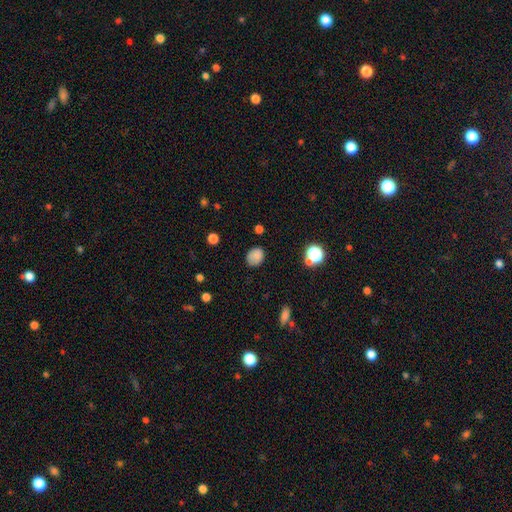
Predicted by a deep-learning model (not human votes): This is clearly a smooth galaxy (80%). How rounded: possibly round (53%). Merging: likely none (71%).